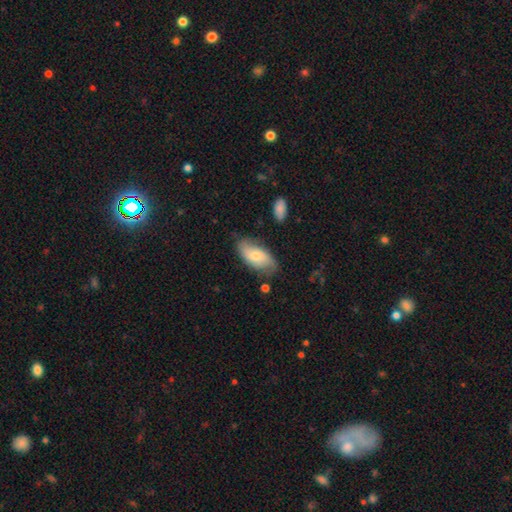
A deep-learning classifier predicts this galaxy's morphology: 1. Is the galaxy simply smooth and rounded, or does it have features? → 59% smooth, 35% featured or disk, 6% star or artifact.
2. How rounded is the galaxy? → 92% in between, 5% cigar-shaped, 3% round.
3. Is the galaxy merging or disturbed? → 67% none, 23% minor disturbance, 6% major disturbance, 3% merger.